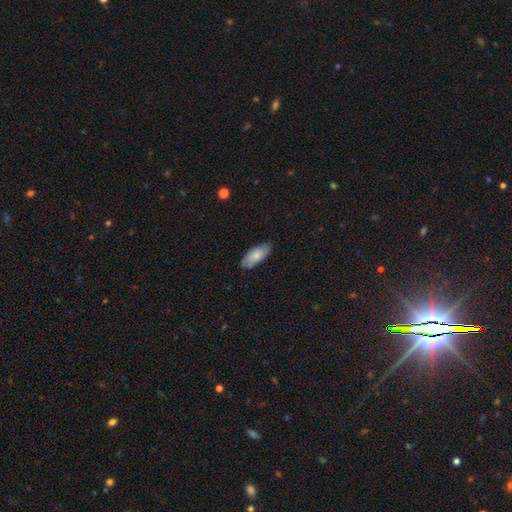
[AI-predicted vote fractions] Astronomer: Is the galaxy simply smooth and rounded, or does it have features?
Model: smooth — 76%.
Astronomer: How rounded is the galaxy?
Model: in between — 84%.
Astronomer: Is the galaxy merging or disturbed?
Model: none — 79%.